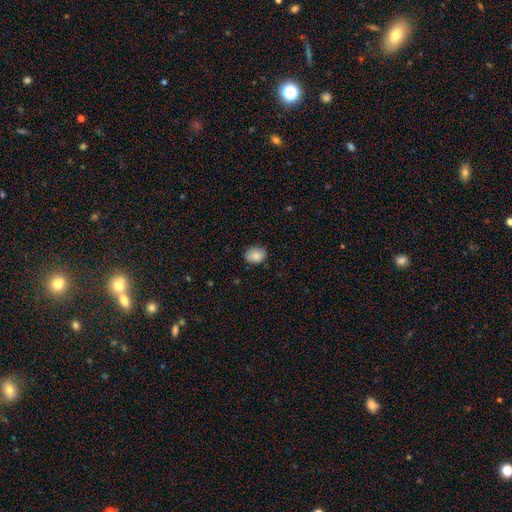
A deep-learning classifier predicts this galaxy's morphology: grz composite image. It shows a smooth galaxy with no disk features (85%) that is in between round and cigar-shaped (53%). Merging: none (79%).